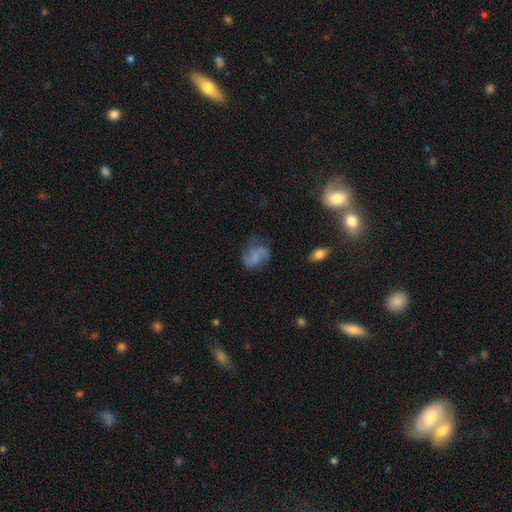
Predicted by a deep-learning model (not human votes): Overall: smooth (46%; featured or disk 42%). Merging: none (55%; minor disturbance 25%).